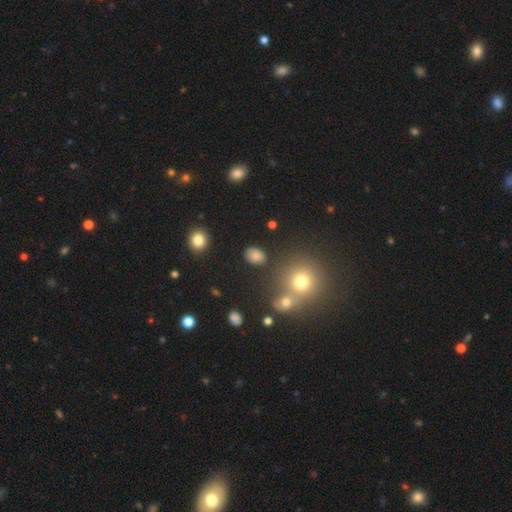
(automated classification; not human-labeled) This is likely a smooth galaxy (80%). How rounded: likely in between (64%). Merging: clearly none (81%).